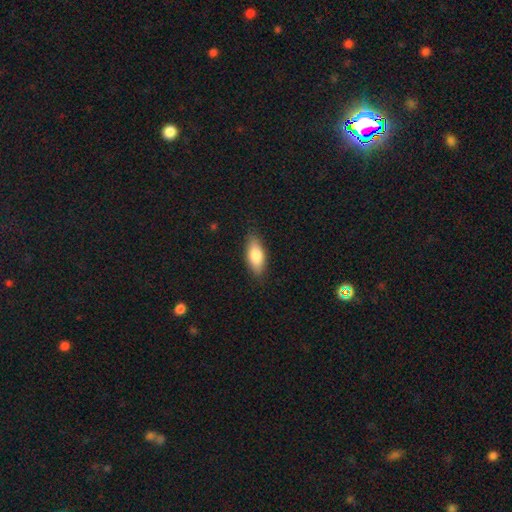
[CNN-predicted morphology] Smooth or featured? smooth (80%)
How rounded? in between (80%)
Merging? none (85%)